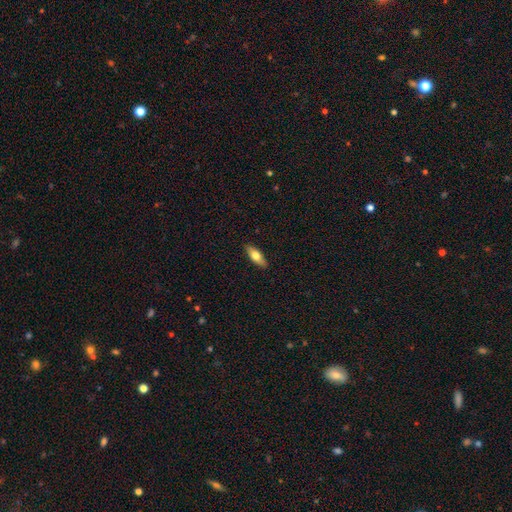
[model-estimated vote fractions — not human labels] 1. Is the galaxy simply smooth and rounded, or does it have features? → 64% smooth, 30% featured or disk, 6% star or artifact.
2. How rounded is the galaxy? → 65% in between, 32% cigar-shaped, 3% round.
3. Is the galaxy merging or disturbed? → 89% none, 8% minor disturbance, 2% major disturbance, 1% merger.